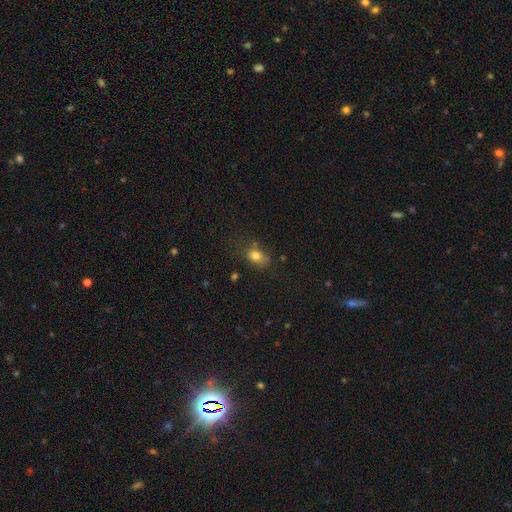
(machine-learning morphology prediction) smooth 78%, star or artifact 12%, featured or disk 10%. Down the decision tree: how rounded — in between (71%); merging — none (60%).